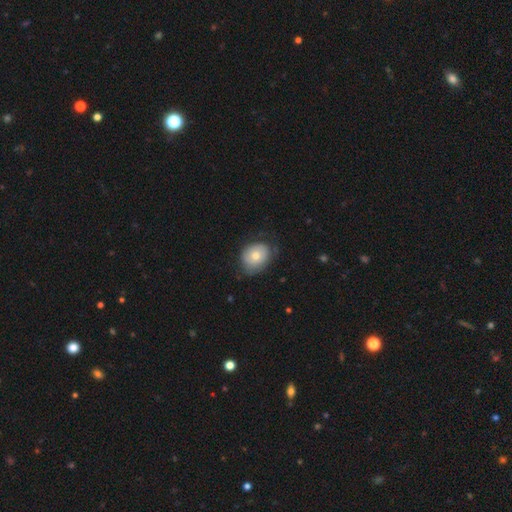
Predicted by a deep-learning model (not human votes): This appears to be a smooth galaxy with no disk features (70%) that is in between round and cigar-shaped (53%). Merging: none (65%).